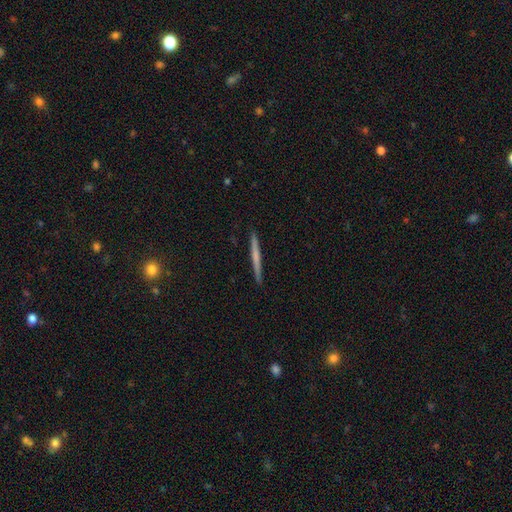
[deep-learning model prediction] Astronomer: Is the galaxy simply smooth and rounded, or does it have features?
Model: smooth — 50% (runner-up: featured or disk, 44%).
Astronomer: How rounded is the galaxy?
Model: cigar-shaped — 97%.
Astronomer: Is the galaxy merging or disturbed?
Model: none — 92%.